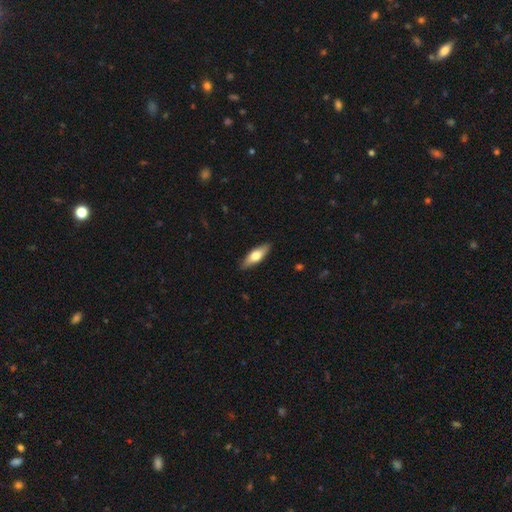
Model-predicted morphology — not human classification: Q: Smooth or featured?
A: smooth (64%); runner-up: featured or disk (31%)
Q: How rounded?
A: in between (57%); runner-up: cigar-shaped (41%)
Q: Merging?
A: none (89%); runner-up: minor disturbance (9%)